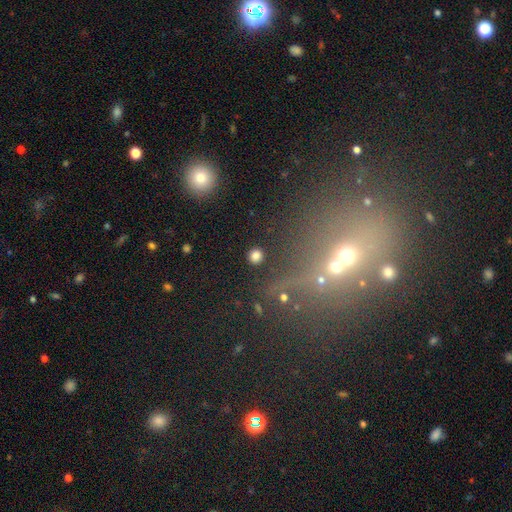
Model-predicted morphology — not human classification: Smooth or featured: smooth — 82% (star or artifact — 13%)
How rounded: round — 93% (in between — 6%)
Merging: none — 91% (minor disturbance — 5%)